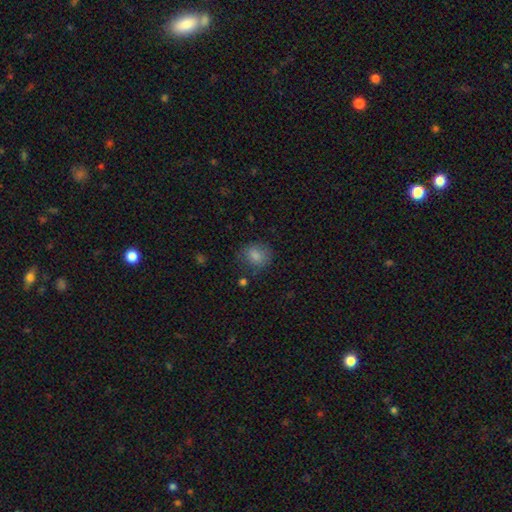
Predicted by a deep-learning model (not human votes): smooth 83%, star or artifact 10%, featured or disk 7%. Down the decision tree: how rounded — round (72%); merging — none (71%).